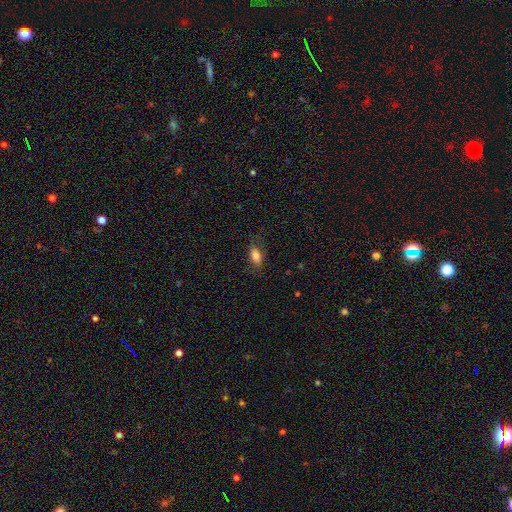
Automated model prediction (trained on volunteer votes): Smooth or featured? Predicted: smooth (p=0.77). How rounded? Predicted: in between (p=0.83). Merging? Predicted: none (p=0.76).